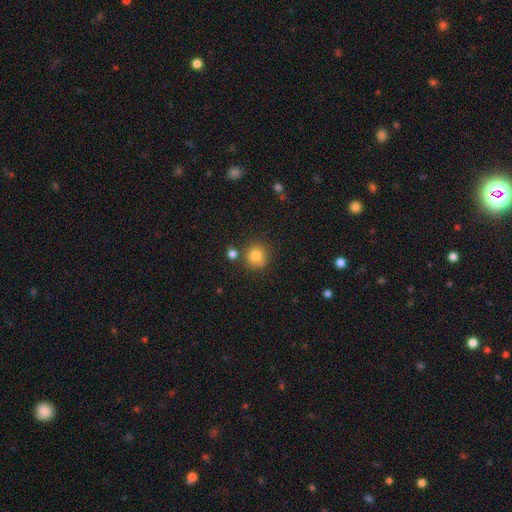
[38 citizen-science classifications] Morphology: type=smooth (92%); roundness=round (97%); merging=none (86%).